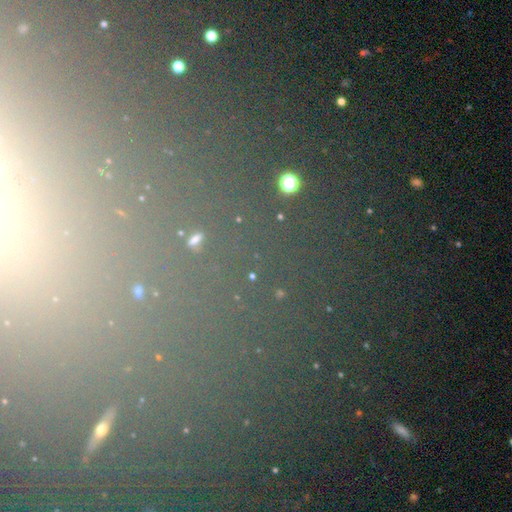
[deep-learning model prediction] smooth_or_featured: star or artifact (p=0.74) [alt: smooth p=0.17]